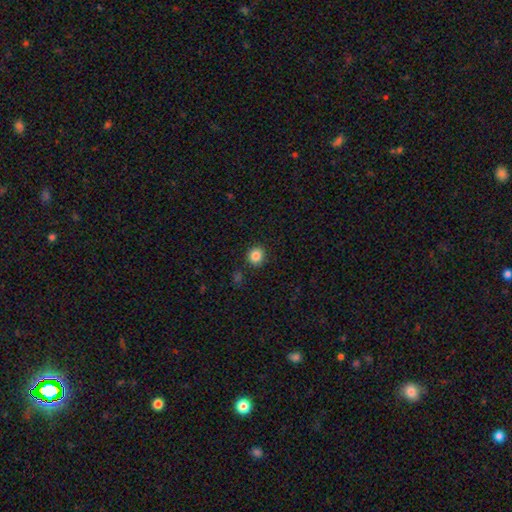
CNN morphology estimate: Smooth or featured: smooth — 85% (star or artifact — 10%)
How rounded: round — 90% (in between — 9%)
Merging: none — 89% (minor disturbance — 7%)